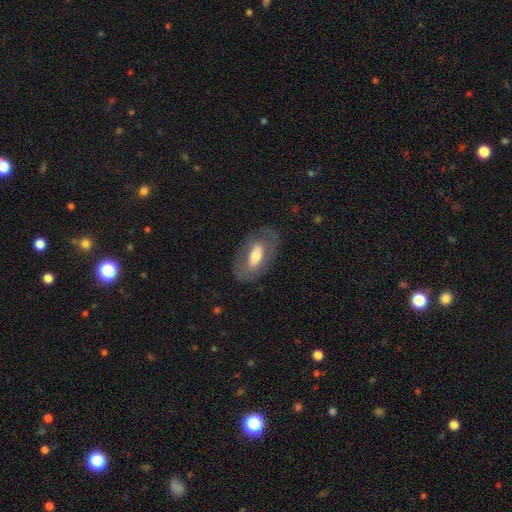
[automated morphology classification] smooth-or-featured: smooth: 47% (tied) | featured or disk: 47% (tied) | star or artifact: 6%
  merging: none: 76% | minor disturbance: 15% | major disturbance: 8% | merger: 1%